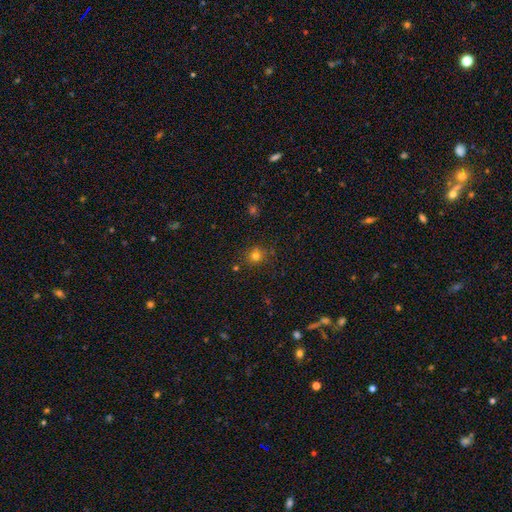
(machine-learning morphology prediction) Smooth or featured?
  - smooth: 76% *
  - star or artifact: 17%
  - featured or disk: 7%
How rounded?
  - round: 85% *
  - in between: 14%
  - cigar-shaped: 1%
Merging?
  - none: 81% *
  - minor disturbance: 12%
  - major disturbance: 4%
  - merger: 3%